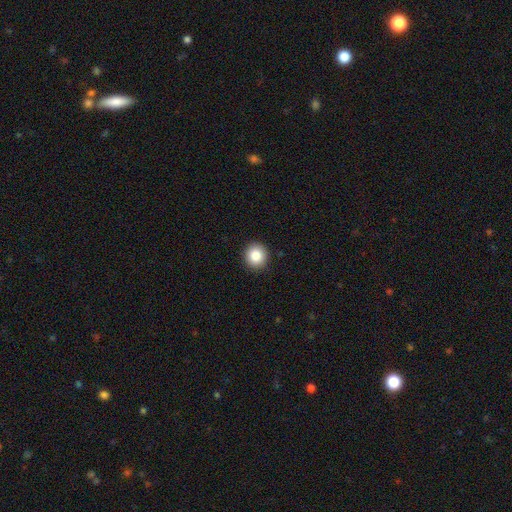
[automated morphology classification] Smooth or featured: smooth — 86% (star or artifact — 9%)
How rounded: round — 91% (in between — 8%)
Merging: none — 92% (minor disturbance — 5%)